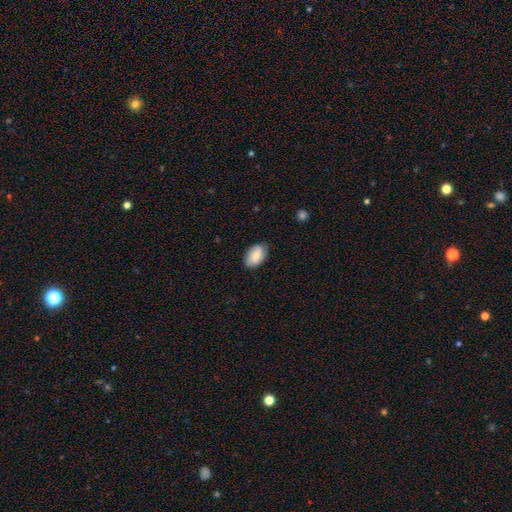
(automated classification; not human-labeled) A smooth galaxy with no disk features (68%) that is in between round and cigar-shaped (92%). Merging: none (80%).